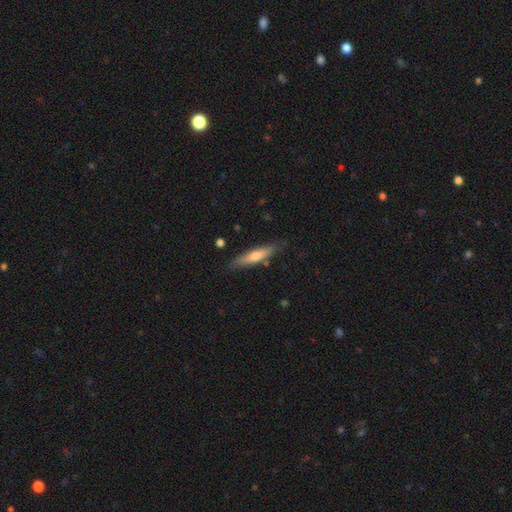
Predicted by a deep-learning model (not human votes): The model was most divided on "smooth or featured": smooth: 52%, featured or disk: 42%, star or artifact: 6%. More confident: how rounded — cigar-shaped (86%); merging — none (84%).